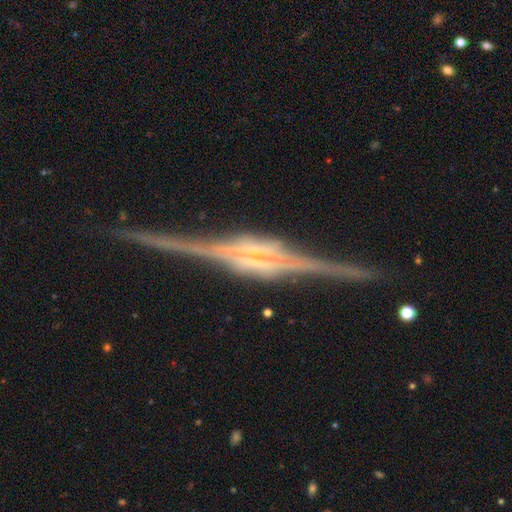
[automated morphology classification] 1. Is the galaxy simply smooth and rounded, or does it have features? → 92% featured or disk, 5% star or artifact, 3% smooth.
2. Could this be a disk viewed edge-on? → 98% yes, 2% no.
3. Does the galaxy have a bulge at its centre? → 48% boxy, 47% rounded, 5% none.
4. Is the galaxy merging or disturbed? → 86% none, 10% minor disturbance, 3% major disturbance, 2% merger.